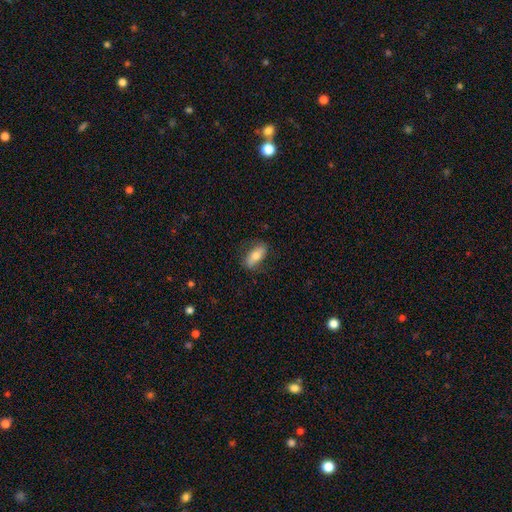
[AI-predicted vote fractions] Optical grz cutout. It shows a smooth galaxy with no disk features (68%) that is in between round and cigar-shaped (80%). Merging: none (78%).